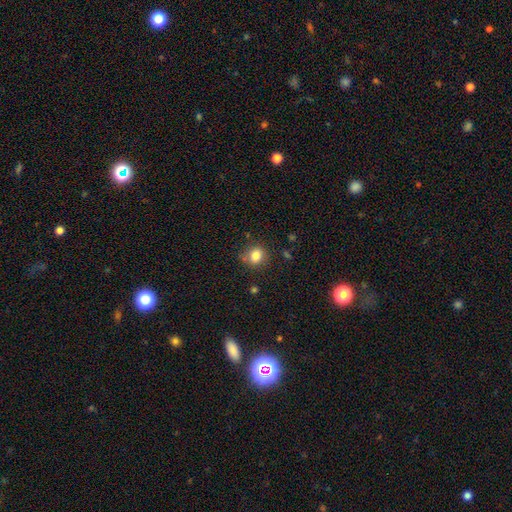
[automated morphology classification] The model was most divided on "how rounded": round: 72%, in between: 27%, cigar-shaped: 1%. More confident: smooth or featured — smooth (82%); merging — none (74%).